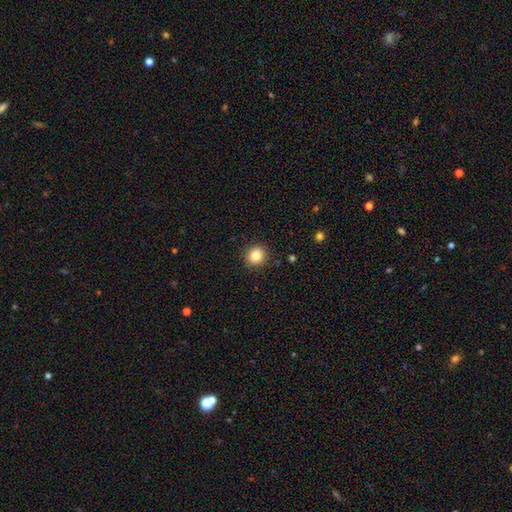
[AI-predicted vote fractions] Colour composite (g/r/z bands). It shows a smooth galaxy with no disk features (83%) that is round (88%). Merging: none (91%).